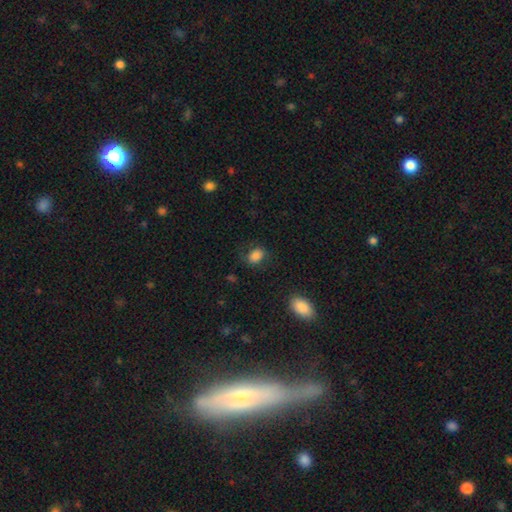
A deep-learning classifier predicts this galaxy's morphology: Q: Smooth or featured?
A: smooth (82%); runner-up: star or artifact (10%)
Q: How rounded?
A: in between (68%); runner-up: round (30%)
Q: Merging?
A: none (70%); runner-up: minor disturbance (19%)